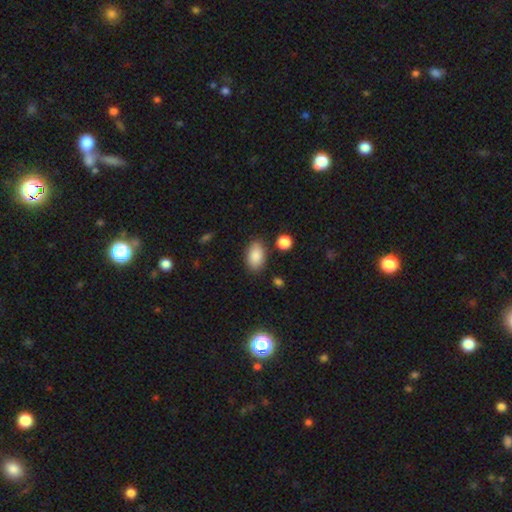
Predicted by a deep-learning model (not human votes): This appears to be a smooth galaxy with no disk features (87%) that is in between round and cigar-shaped (92%). Merging: none (80%).